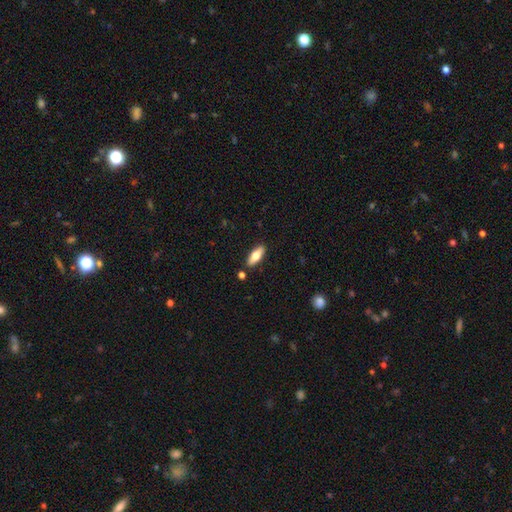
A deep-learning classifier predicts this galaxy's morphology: The model was most divided on "smooth or featured": smooth: 66%, featured or disk: 28%, star or artifact: 6%. More confident: merging — none (86%); how rounded — in between (68%).